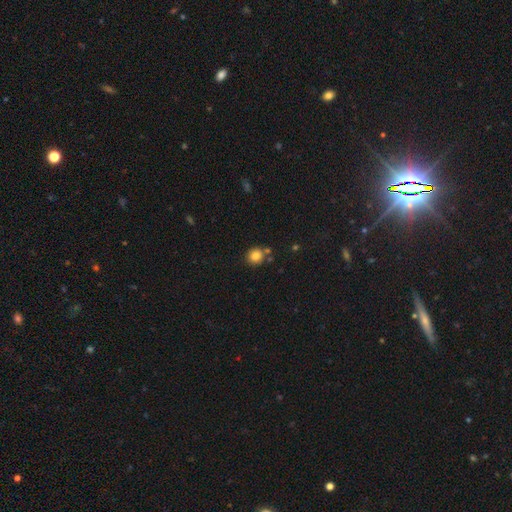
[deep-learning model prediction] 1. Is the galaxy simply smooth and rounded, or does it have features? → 83% smooth, 11% star or artifact, 6% featured or disk.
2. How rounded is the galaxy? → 87% round, 12% in between, 1% cigar-shaped.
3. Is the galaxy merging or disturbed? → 74% none, 13% merger, 11% minor disturbance, 3% major disturbance.